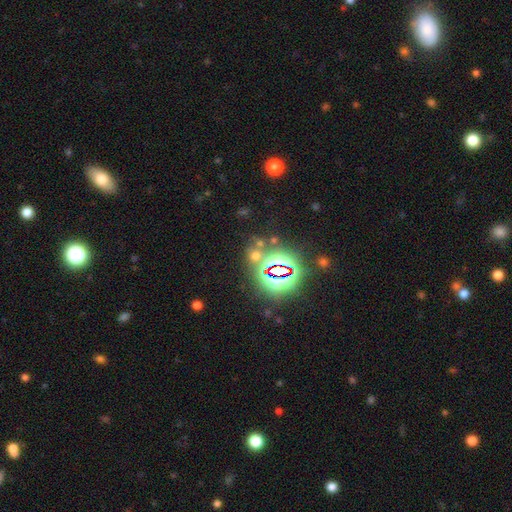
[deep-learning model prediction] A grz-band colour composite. It shows a star or artifact, not a galaxy (55%).